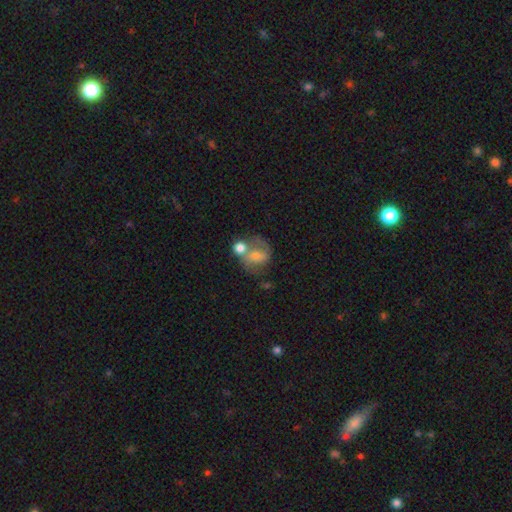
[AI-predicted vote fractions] smooth_or_featured: featured or disk (p=0.48) [alt: smooth p=0.43]
merging: merger (p=0.42) [alt: none p=0.34]